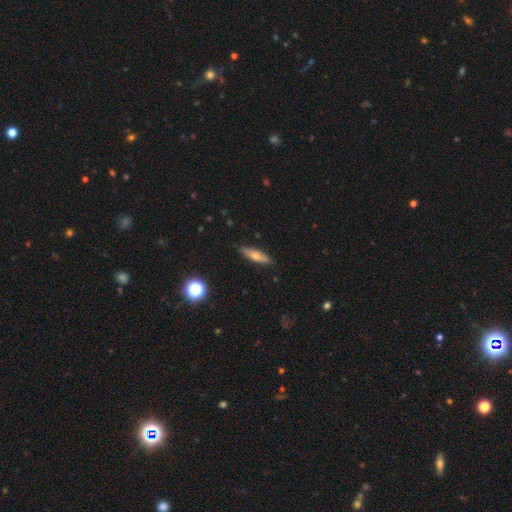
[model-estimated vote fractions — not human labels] Smooth or featured?
  - smooth: 52% *
  - featured or disk: 40%
  - star or artifact: 8%
How rounded?
  - cigar-shaped: 71% *
  - in between: 26%
  - round: 3%
Merging?
  - none: 89% *
  - minor disturbance: 8%
  - major disturbance: 2%
  - merger: 1%